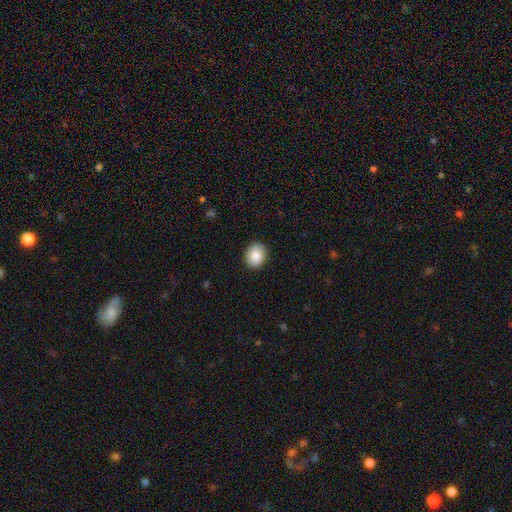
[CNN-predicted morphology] The model was most divided on "how rounded": round: 59%, in between: 40%, cigar-shaped: 1%. More confident: merging — none (91%); smooth or featured — smooth (87%).